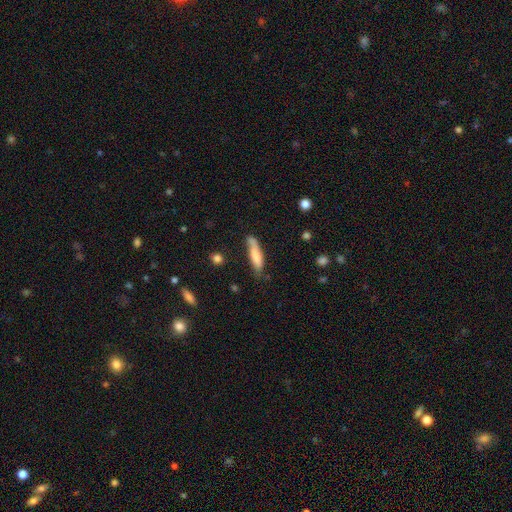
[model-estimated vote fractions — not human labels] This appears to be a smooth galaxy with no disk features (73%) that is cigar-shaped (69%). Merging: none (56%).